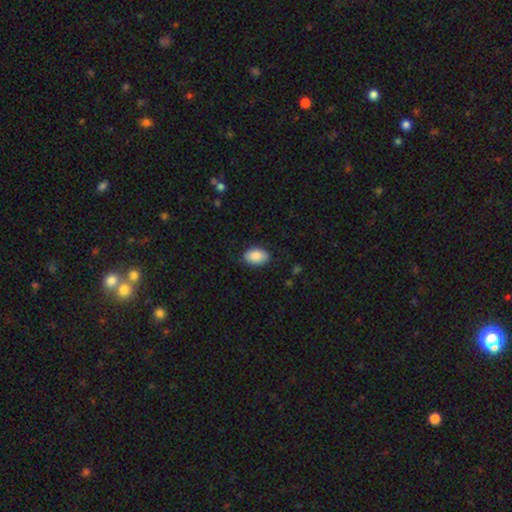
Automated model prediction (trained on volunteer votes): Overall: smooth (87%). How rounded: in between (89%). Merging: none (83%).